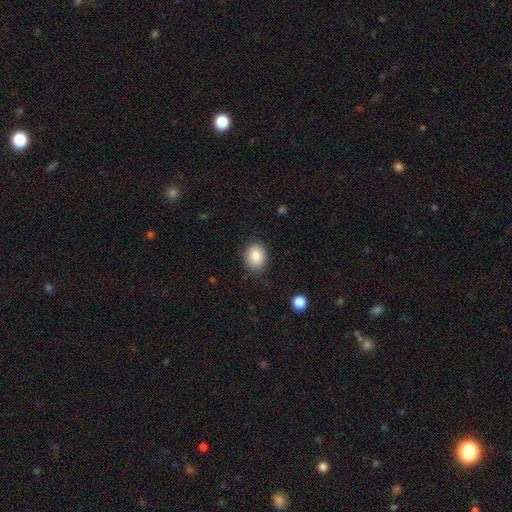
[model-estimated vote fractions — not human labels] Smooth or featured?
  - smooth: 84% *
  - star or artifact: 9%
  - featured or disk: 7%
How rounded?
  - round: 54% *
  - in between: 45%
  - cigar-shaped: 1%
Merging?
  - none: 86% *
  - minor disturbance: 11%
  - major disturbance: 3%
  - merger: 1%